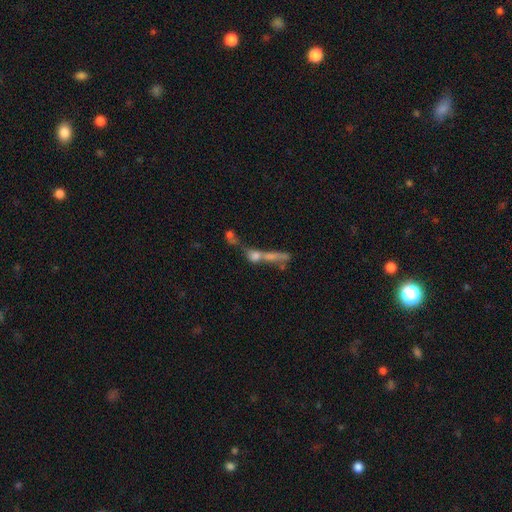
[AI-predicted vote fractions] Smooth or featured? Predicted: smooth (p=0.55). How rounded? Predicted: cigar-shaped (p=0.49). Merging? Predicted: merger (p=0.60).